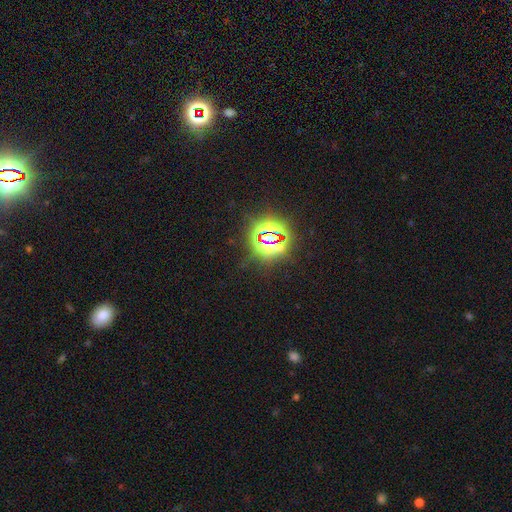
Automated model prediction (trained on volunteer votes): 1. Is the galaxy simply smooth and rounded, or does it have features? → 82% star or artifact, 12% smooth, 7% featured or disk.